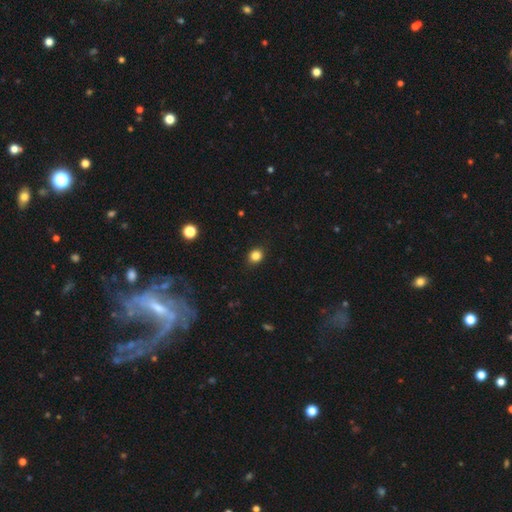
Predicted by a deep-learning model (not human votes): Q: Smooth or featured?
A: smooth (84%); runner-up: star or artifact (12%)
Q: How rounded?
A: round (73%); runner-up: in between (26%)
Q: Merging?
A: none (90%); runner-up: minor disturbance (7%)